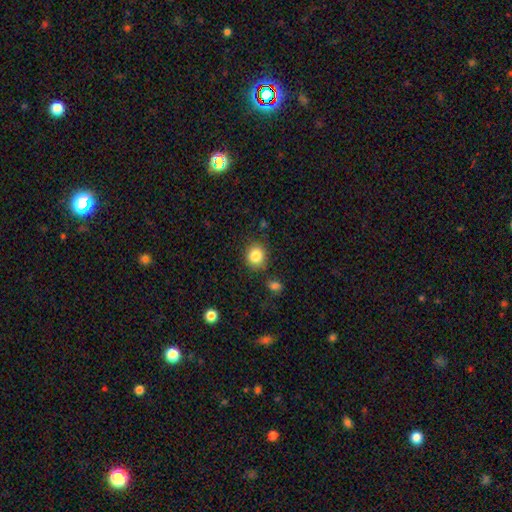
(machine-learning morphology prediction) Smooth or featured?
  - smooth: 85% *
  - star or artifact: 9%
  - featured or disk: 6%
How rounded?
  - round: 77% *
  - in between: 22%
  - cigar-shaped: 1%
Merging?
  - none: 85% *
  - minor disturbance: 9%
  - merger: 3%
  - major disturbance: 3%